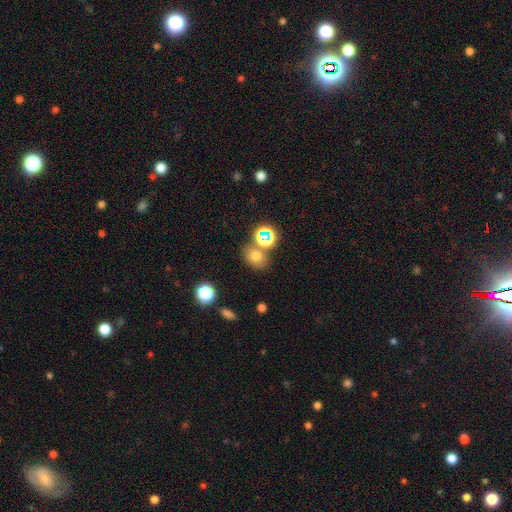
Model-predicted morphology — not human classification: This is likely a smooth galaxy (68%). How rounded: possibly in between (52%). Merging: likely none (65%).